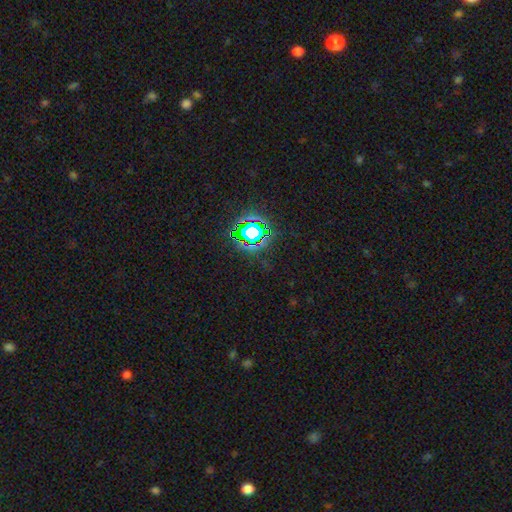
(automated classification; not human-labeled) smooth-or-featured: star or artifact: 80% | smooth: 13% | featured or disk: 7%